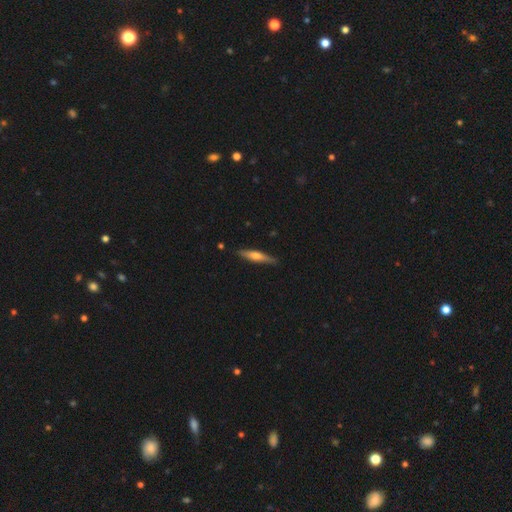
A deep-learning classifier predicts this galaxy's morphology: smooth-or-featured: featured or disk: 52% | smooth: 43% | star or artifact: 6%
  disk-edge-on: yes: 94% | no: 6%
  merging: none: 87% | minor disturbance: 10% | major disturbance: 2% | merger: 1%